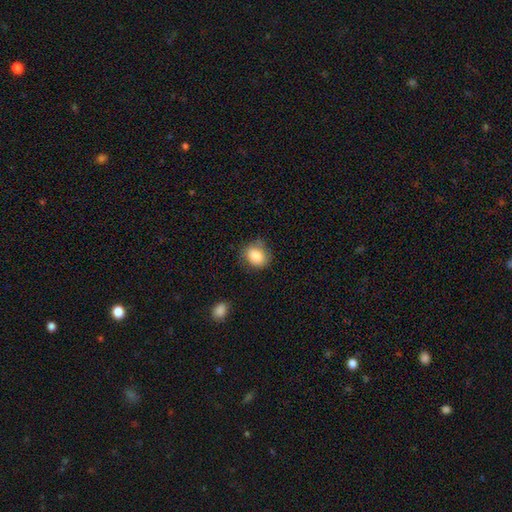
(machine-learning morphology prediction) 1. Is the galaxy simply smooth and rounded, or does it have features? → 86% smooth, 8% star or artifact, 6% featured or disk.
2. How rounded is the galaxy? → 57% round, 42% in between, 1% cigar-shaped.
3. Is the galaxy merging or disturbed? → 69% none, 23% minor disturbance, 6% major disturbance, 2% merger.